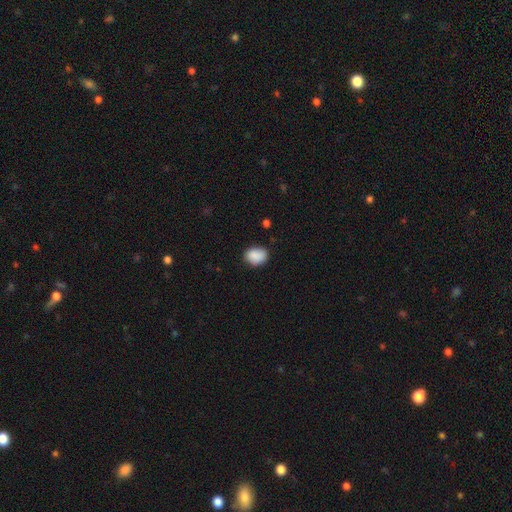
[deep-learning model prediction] This appears to be a smooth galaxy with no disk features (89%) that is in between round and cigar-shaped (64%). Merging: none (78%).